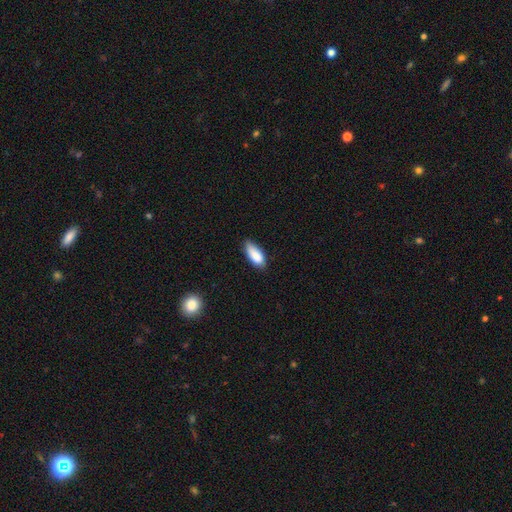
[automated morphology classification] A smooth galaxy with no disk features (87%) that is in between round and cigar-shaped (81%).

Vote fractions:
- Smooth or featured? smooth: 87% / star or artifact: 7% / featured or disk: 7%
- How rounded? in between: 81% / cigar-shaped: 17% / round: 2%
- Merging? none: 69% / minor disturbance: 26% / major disturbance: 4% / merger: 2%